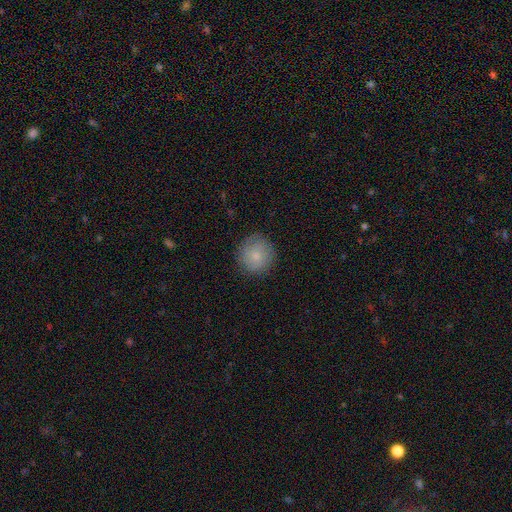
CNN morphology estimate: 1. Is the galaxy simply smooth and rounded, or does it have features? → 81% smooth, 11% featured or disk, 8% star or artifact.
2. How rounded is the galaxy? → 91% round, 8% in between, 1% cigar-shaped.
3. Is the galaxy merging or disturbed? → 85% none, 11% minor disturbance, 3% major disturbance, 1% merger.